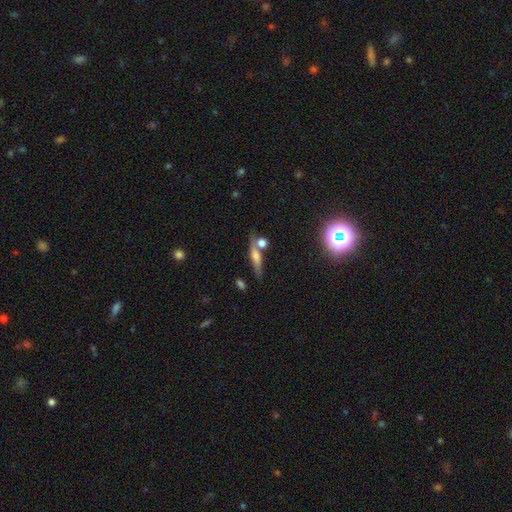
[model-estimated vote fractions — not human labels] Smooth or featured?
  - smooth: 48% *
  - featured or disk: 39%
  - star or artifact: 13%
Merging?
  - none: 60% *
  - merger: 19%
  - minor disturbance: 15%
  - major disturbance: 6%